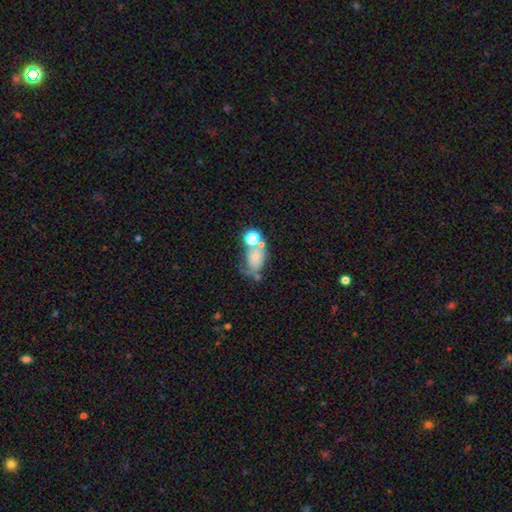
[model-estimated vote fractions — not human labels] Smooth or featured: smooth — 49% (featured or disk — 36%)
Merging: merger — 31% (none — 29%)